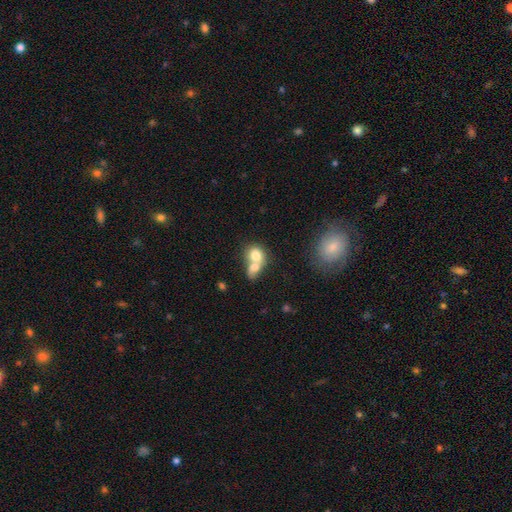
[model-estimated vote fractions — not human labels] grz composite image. It shows a smooth galaxy with no disk features (73%) that is round (60%). Merging: merger (74%).